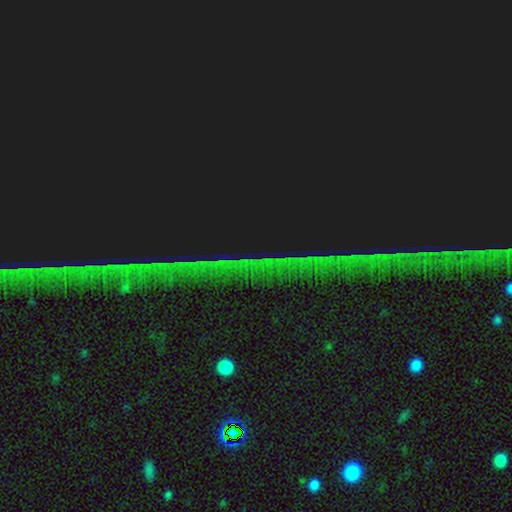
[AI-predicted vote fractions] Smooth or featured: star or artifact — 88% (featured or disk — 7%)